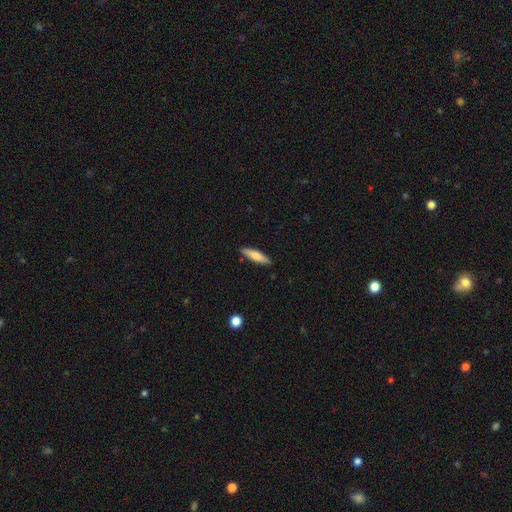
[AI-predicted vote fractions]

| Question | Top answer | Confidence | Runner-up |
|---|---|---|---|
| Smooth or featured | smooth | 72% | featured or disk (22%) |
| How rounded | cigar-shaped | 75% | in between (24%) |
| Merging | none | 88% | minor disturbance (9%) |